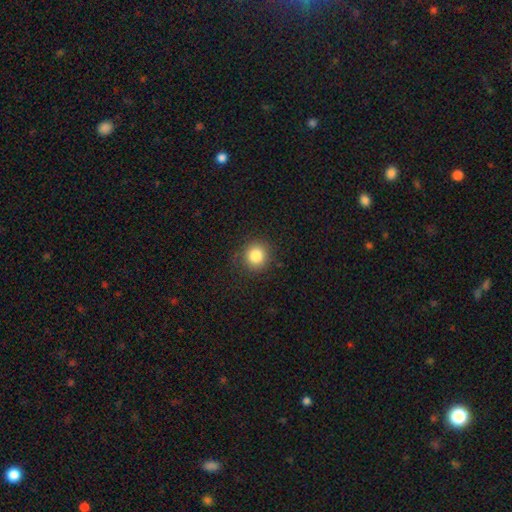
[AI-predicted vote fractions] A smooth galaxy with no disk features (84%) that is round (92%).

Vote fractions:
- Smooth or featured? smooth: 84% / star or artifact: 10% / featured or disk: 5%
- How rounded? round: 92% / in between: 7% / cigar-shaped: 1%
- Merging? none: 88% / minor disturbance: 8% / major disturbance: 3% / merger: 1%